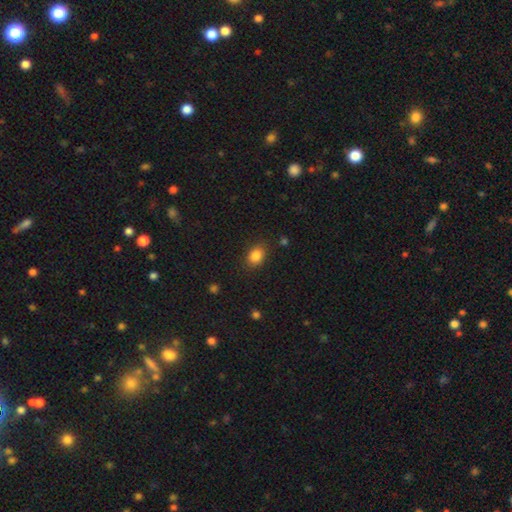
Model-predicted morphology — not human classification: The model was most divided on "how rounded": in between: 67%, round: 32%, cigar-shaped: 1%. More confident: smooth or featured — smooth (85%); merging — none (83%).